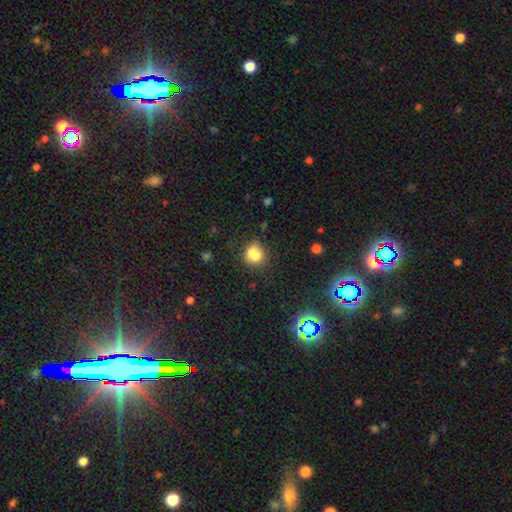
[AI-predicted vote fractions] Morphology: type=smooth (70%); roundness=round (75%); merging=merger (50%).